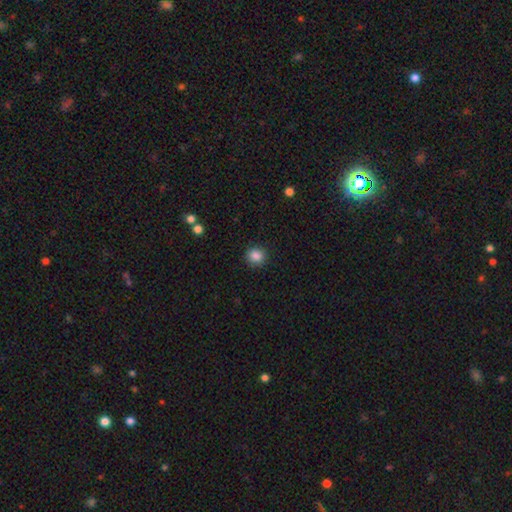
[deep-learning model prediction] Morphology: type=smooth (86%); roundness=round (88%); merging=none (91%).